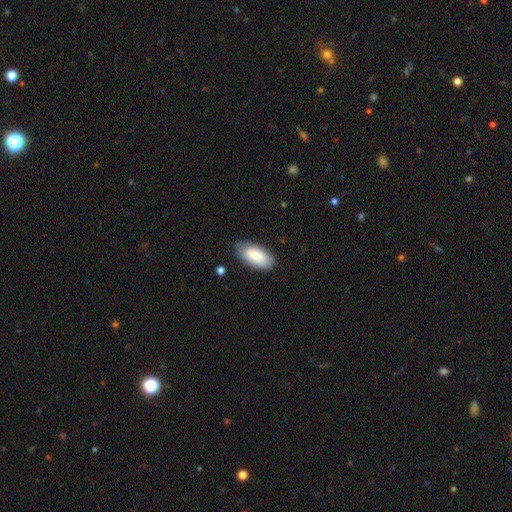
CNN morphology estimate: Smooth or featured: smooth — 84% (featured or disk — 10%)
How rounded: in between — 94% (cigar-shaped — 4%)
Merging: none — 83% (minor disturbance — 13%)